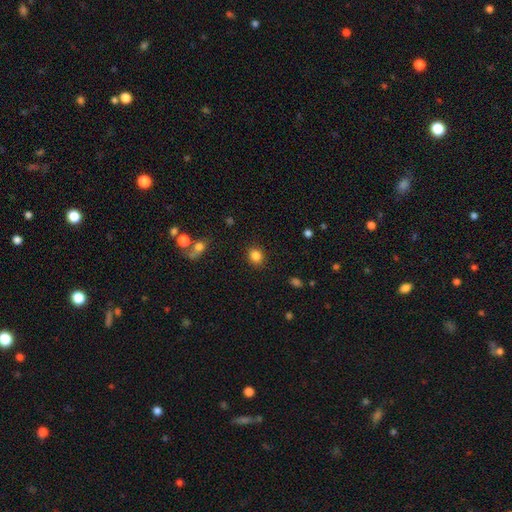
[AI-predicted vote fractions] smooth_or_featured: smooth (p=0.84) [alt: star or artifact p=0.11]
how_rounded: round (p=0.74) [alt: in between p=0.25]
merging: none (p=0.88) [alt: minor disturbance p=0.07]